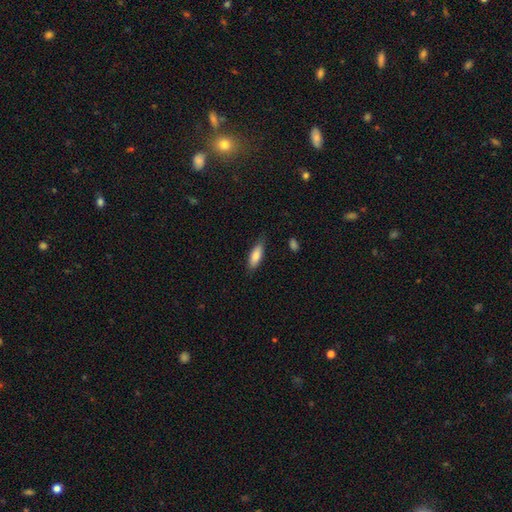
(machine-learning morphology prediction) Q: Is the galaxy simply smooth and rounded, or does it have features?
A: smooth — 81%.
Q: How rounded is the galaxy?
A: in between — 62%.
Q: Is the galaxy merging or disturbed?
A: none — 79%.